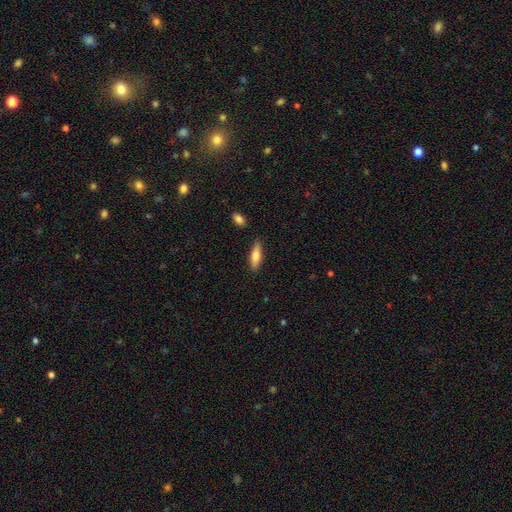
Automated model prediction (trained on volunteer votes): The model was most divided on "how rounded": cigar-shaped: 57%, in between: 41%, round: 2%. More confident: merging — none (84%); smooth or featured — smooth (66%).